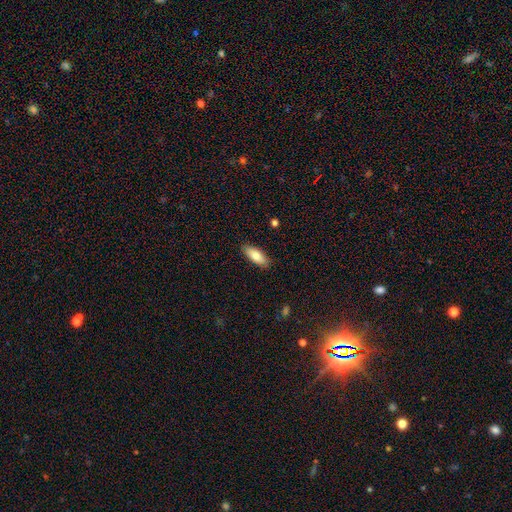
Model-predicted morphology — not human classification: This is clearly a smooth galaxy (80%). How rounded: likely in between (78%). Merging: clearly none (87%).